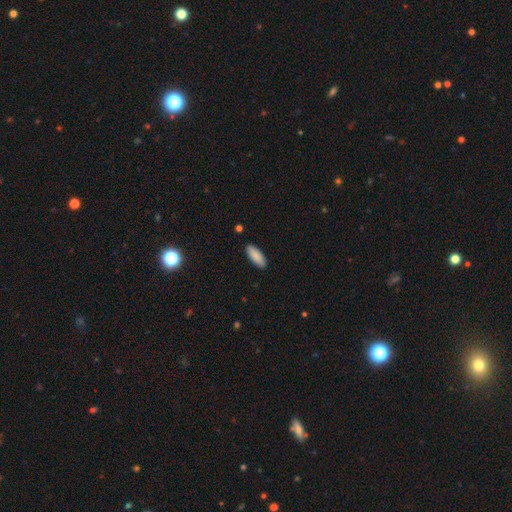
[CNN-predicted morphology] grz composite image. It shows a smooth galaxy with no disk features (88%) that is in between round and cigar-shaped (79%). Merging: none (89%).